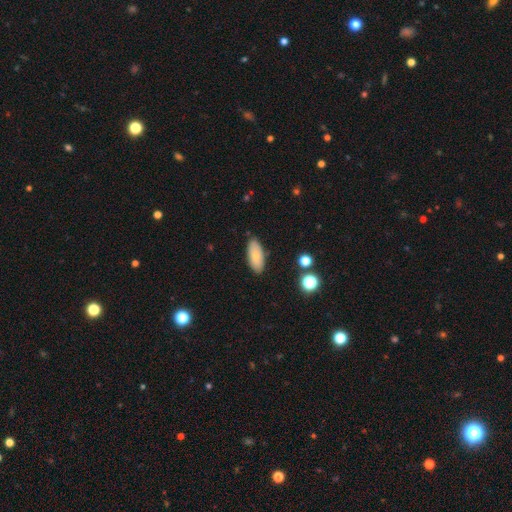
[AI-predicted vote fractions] Smooth or featured?
  - smooth: 77% *
  - featured or disk: 16%
  - star or artifact: 7%
How rounded?
  - in between: 86% *
  - cigar-shaped: 11%
  - round: 3%
Merging?
  - none: 85% *
  - minor disturbance: 11%
  - major disturbance: 2%
  - merger: 2%